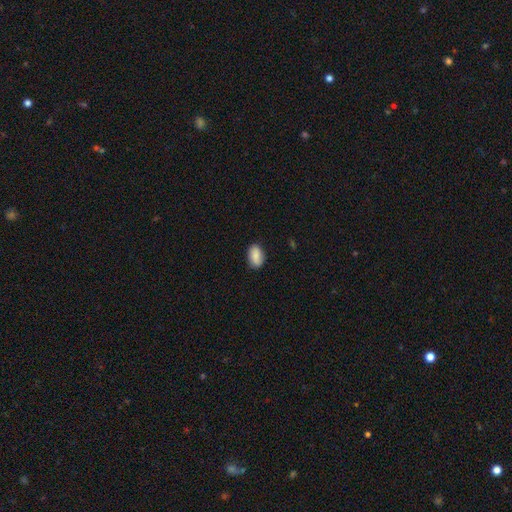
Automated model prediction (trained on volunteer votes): A smooth galaxy with no disk features (86%) that is in between round and cigar-shaped (90%). Merging: none (84%).